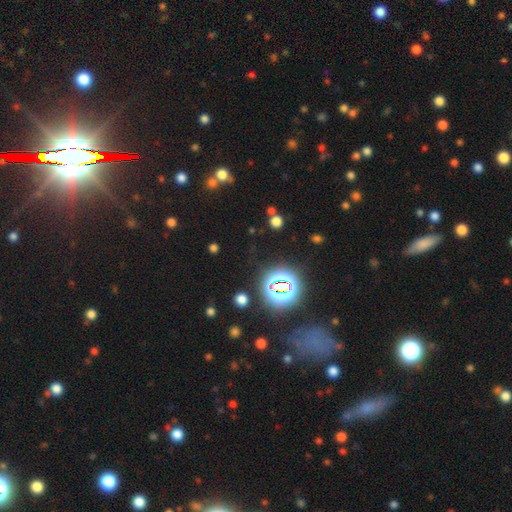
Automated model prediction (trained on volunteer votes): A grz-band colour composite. It shows a star or artifact, not a galaxy (76%).